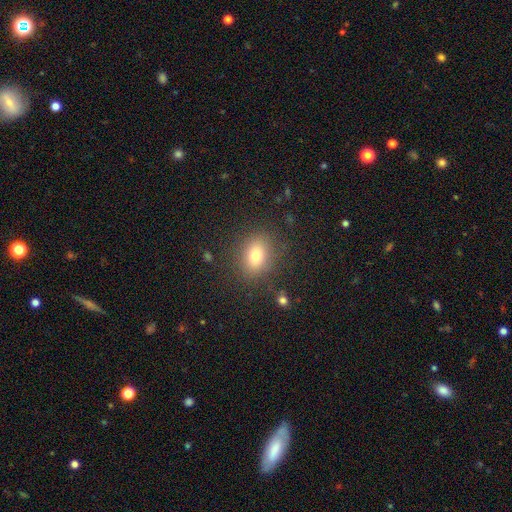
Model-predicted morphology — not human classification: Smooth or featured? Predicted: smooth (p=0.75). How rounded? Predicted: in between (p=0.60). Merging? Predicted: none (p=0.85).